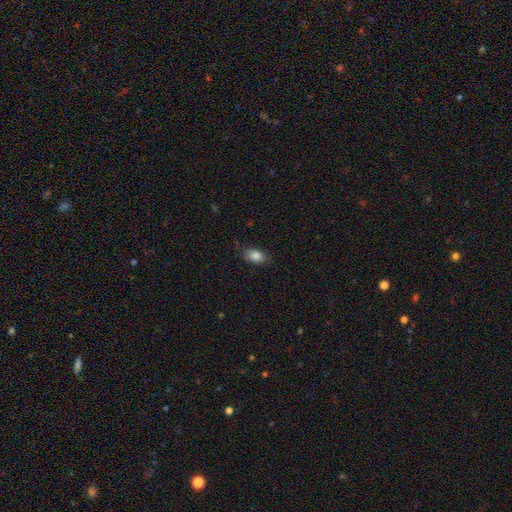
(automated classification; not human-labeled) This appears to be a smooth galaxy with no disk features (85%) that is in between round and cigar-shaped (86%). Merging: none (81%).